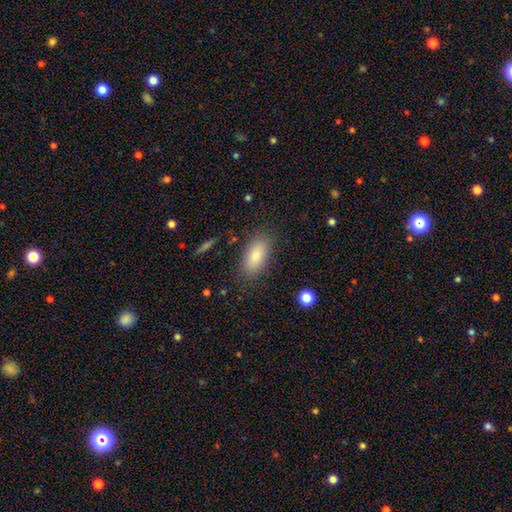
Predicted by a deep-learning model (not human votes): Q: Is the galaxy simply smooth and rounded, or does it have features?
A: smooth — 81%.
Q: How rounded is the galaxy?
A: in between — 87%.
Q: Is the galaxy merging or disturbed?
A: none — 85%.